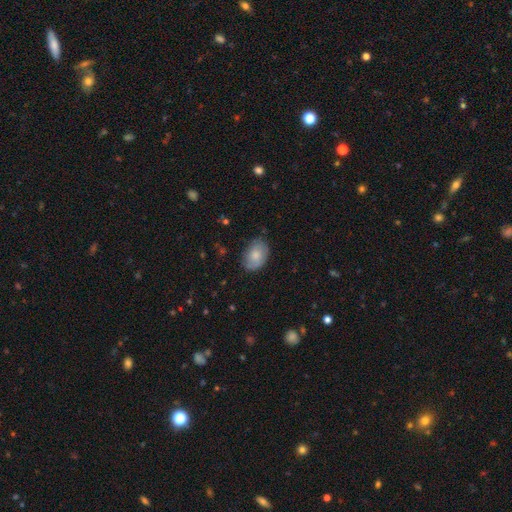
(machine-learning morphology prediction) smooth_or_featured: smooth (p=0.71) [alt: featured or disk p=0.22]
how_rounded: in between (p=0.82) [alt: round p=0.17]
merging: none (p=0.73) [alt: minor disturbance p=0.21]